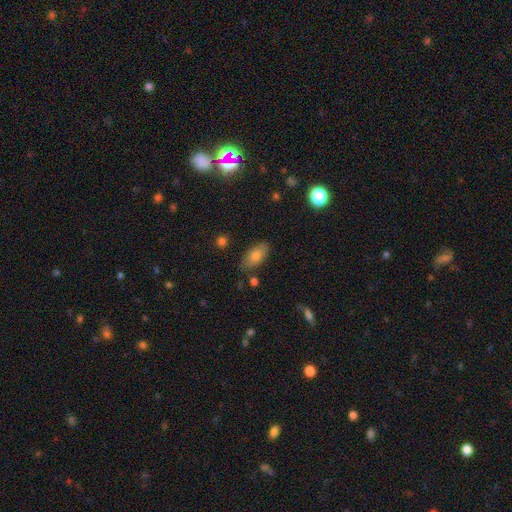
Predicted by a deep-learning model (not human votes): Morphology: type=smooth (75%); roundness=in between (90%); merging=none (81%).